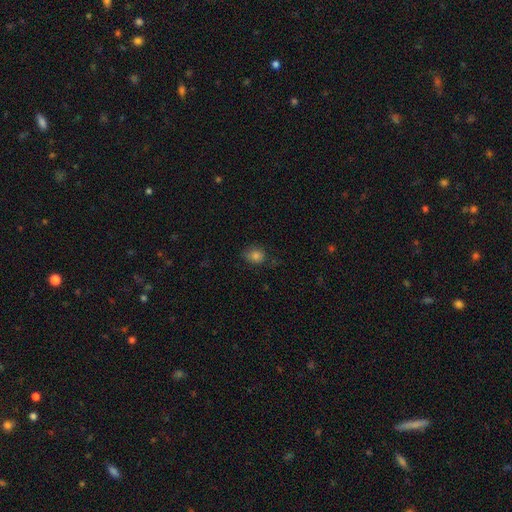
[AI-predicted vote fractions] smooth_or_featured: smooth (p=0.81) [alt: star or artifact p=0.13]
how_rounded: round (p=0.52) [alt: in between p=0.47]
merging: none (p=0.71) [alt: minor disturbance p=0.22]